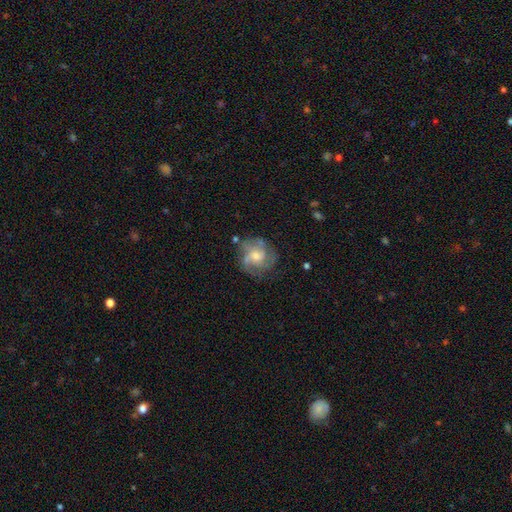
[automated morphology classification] Smooth or featured: featured or disk — 64% (smooth — 28%)
Edge-on disk: no — 98% (yes — 2%)
Bar: no — 70% (weak — 27%)
Spiral arms: yes — 80% (no — 20%)
Spiral winding: medium — 44% (tight — 32%)
Spiral arm count: 3 — 31% (can't tell — 29%)
Bulge size: moderate — 58% (small — 25%)
Merging: none — 63% (minor disturbance — 21%)